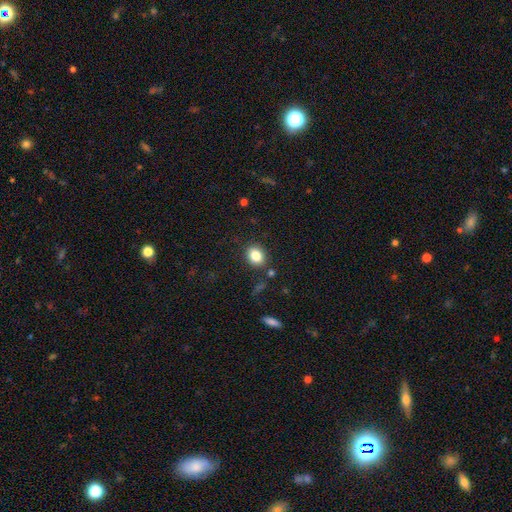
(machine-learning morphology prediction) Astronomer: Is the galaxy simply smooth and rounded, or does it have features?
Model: smooth — 84%.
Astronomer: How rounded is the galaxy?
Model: in between — 54% (runner-up: round, 45%).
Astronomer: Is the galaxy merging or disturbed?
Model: none — 84%.